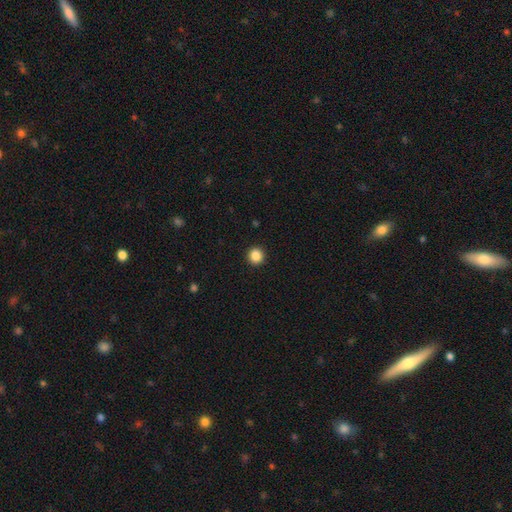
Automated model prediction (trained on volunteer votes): Smooth or featured? smooth (87%)
How rounded? round (94%)
Merging? none (93%)